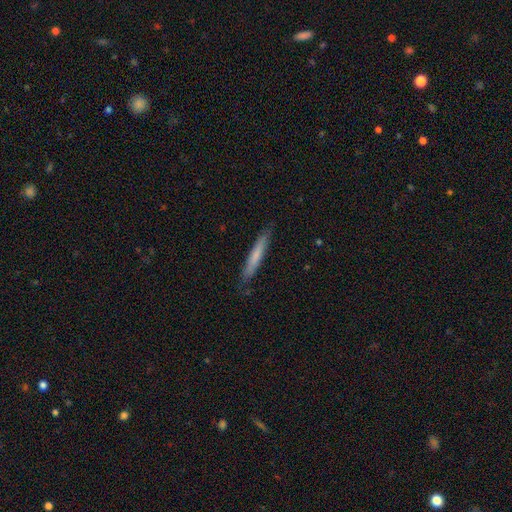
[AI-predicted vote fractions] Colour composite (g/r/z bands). It shows a smooth galaxy with no disk features (67%) that is cigar-shaped (95%). Merging: none (86%).